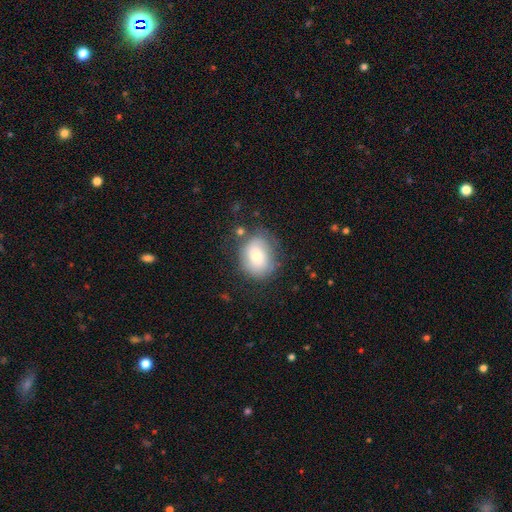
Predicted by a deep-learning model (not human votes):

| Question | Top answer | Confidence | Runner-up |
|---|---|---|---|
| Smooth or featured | smooth | 67% | featured or disk (24%) |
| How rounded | in between | 53% | round (46%) |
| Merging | none | 67% | minor disturbance (21%) |